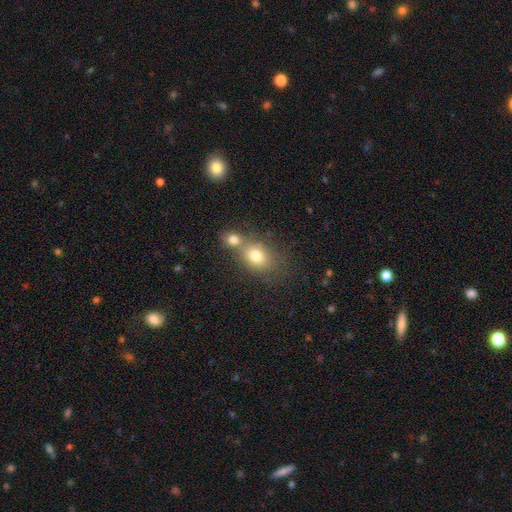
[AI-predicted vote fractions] This appears to be a smooth galaxy with no disk features (77%) that is in between round and cigar-shaped (55%). Merging: merger (48%).